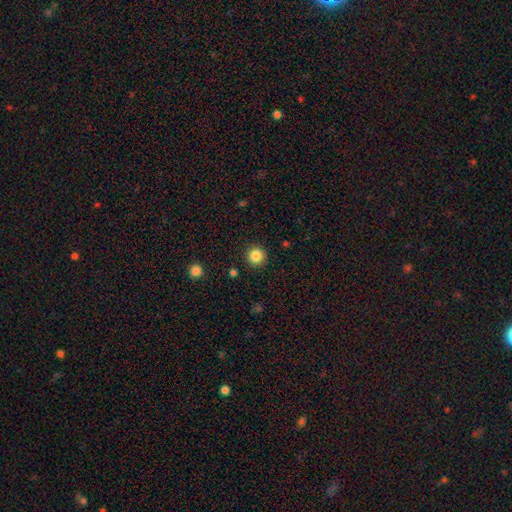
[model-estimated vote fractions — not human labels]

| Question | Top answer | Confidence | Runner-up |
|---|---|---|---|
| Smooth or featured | smooth | 85% | star or artifact (11%) |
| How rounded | round | 96% | in between (4%) |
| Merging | none | 92% | minor disturbance (5%) |